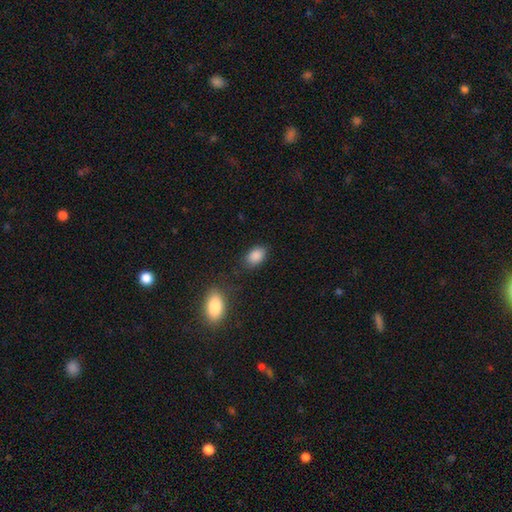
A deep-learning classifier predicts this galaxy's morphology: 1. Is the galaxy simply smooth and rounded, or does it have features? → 88% smooth, 8% star or artifact, 4% featured or disk.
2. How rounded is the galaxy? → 87% in between, 12% round, 1% cigar-shaped.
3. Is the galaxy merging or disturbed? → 77% none, 15% minor disturbance, 4% major disturbance, 4% merger.